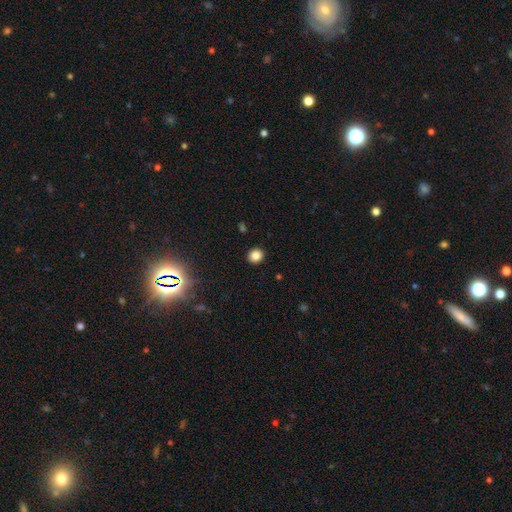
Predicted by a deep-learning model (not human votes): Smooth or featured? smooth (84%)
How rounded? round (76%)
Merging? none (92%)